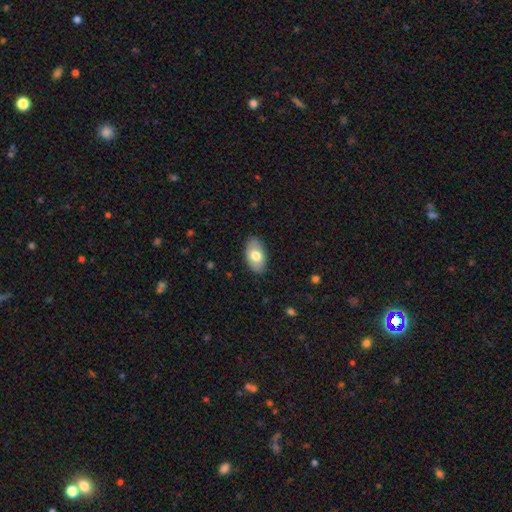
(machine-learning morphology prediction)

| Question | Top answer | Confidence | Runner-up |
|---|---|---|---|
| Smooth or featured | smooth | 70% | featured or disk (25%) |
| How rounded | in between | 93% | round (5%) |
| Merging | none | 84% | minor disturbance (12%) |